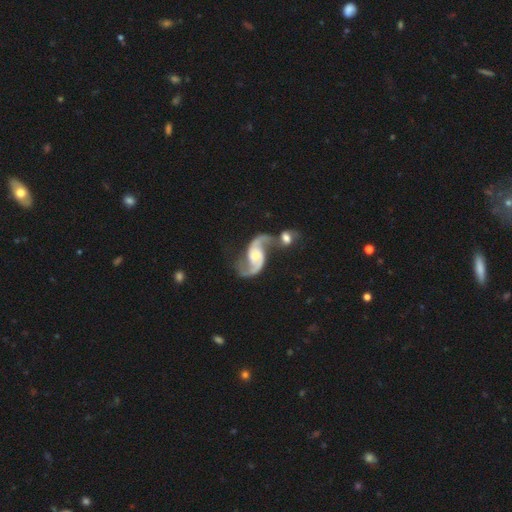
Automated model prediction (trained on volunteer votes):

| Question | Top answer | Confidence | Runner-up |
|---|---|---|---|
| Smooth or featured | featured or disk | 92% | smooth (4%) |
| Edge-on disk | no | 98% | yes (2%) |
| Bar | no | 46% | weak (40%) |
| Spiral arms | yes | 98% | no (2%) |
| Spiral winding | loose | 57% | medium (35%) |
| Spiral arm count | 2 | 93% | can't tell (2%) |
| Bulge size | moderate | 47% | small (44%) |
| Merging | merger | 49% | none (31%) |